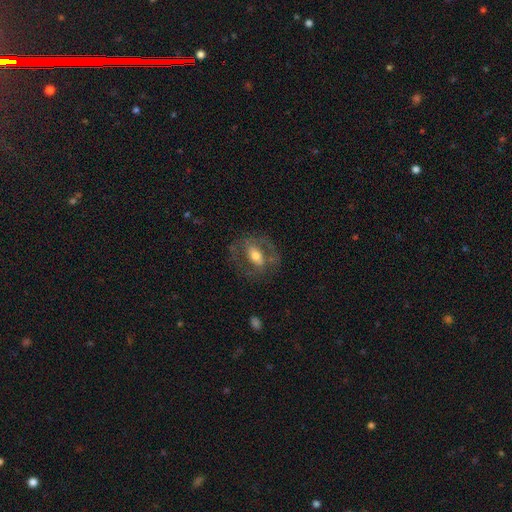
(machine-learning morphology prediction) Smooth or featured: featured or disk — 59% (smooth — 33%)
Edge-on disk: no — 92% (yes — 8%)
Bar: no — 40% (weak — 32%)
Spiral arms: no — 54% (yes — 46%)
Bulge size: moderate — 60% (small — 21%)
Merging: none — 64% (minor disturbance — 17%)